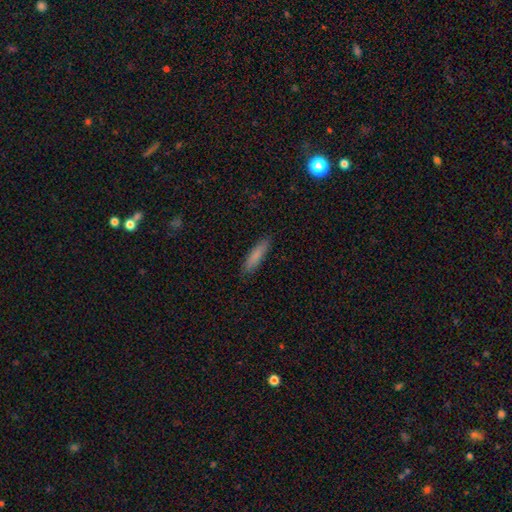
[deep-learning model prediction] A smooth galaxy with no disk features (81%) that is cigar-shaped (76%). Merging: none (88%).